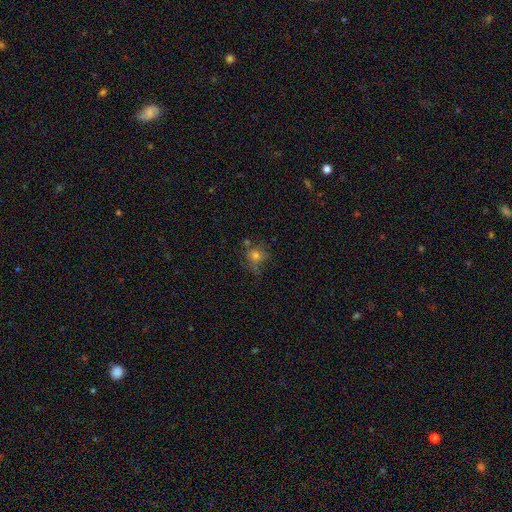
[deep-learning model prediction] Smooth or featured? Predicted: smooth (p=0.68). How rounded? Predicted: round (p=0.71). Merging? Predicted: none (p=0.53).